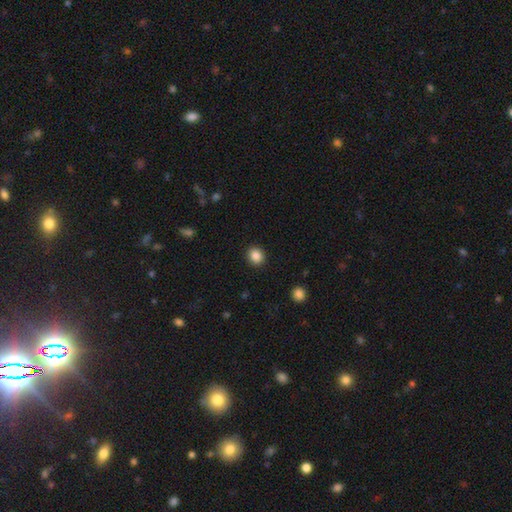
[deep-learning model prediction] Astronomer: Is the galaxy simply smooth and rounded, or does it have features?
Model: smooth — 87%.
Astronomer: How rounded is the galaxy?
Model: round — 79%.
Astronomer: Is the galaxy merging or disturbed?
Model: none — 91%.